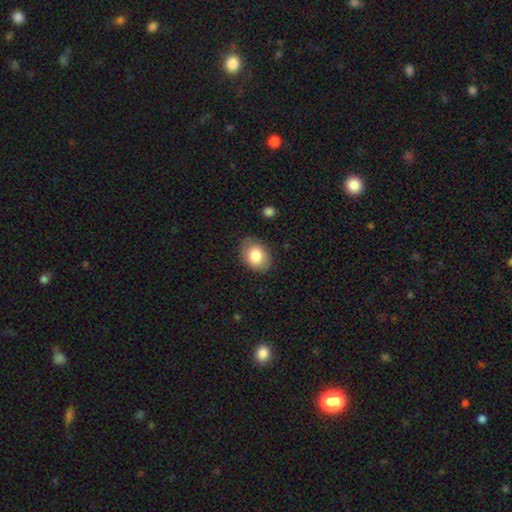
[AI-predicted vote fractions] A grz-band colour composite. It shows a smooth galaxy with no disk features (82%) that is in between round and cigar-shaped (69%). Merging: none (81%).